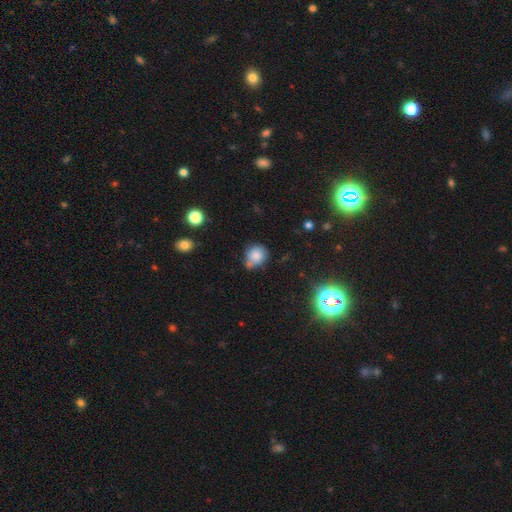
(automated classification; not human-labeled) smooth_or_featured: smooth (p=0.79) [alt: star or artifact p=0.12]
how_rounded: round (p=0.76) [alt: in between p=0.22]
merging: none (p=0.57) [alt: minor disturbance p=0.22]